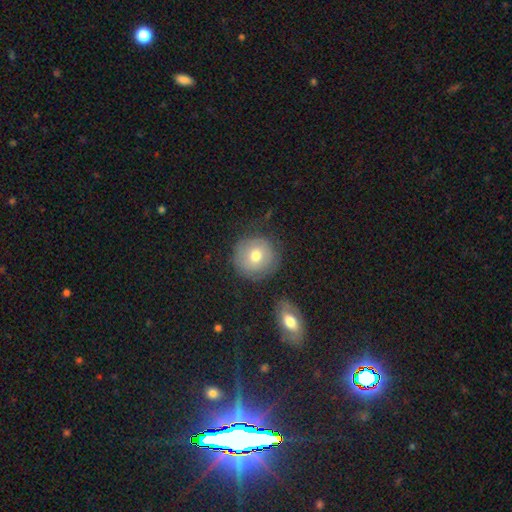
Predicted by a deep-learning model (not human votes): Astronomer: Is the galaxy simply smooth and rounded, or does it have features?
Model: smooth — 66%.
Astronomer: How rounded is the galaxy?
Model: round — 92%.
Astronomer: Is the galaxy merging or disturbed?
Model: none — 78%.